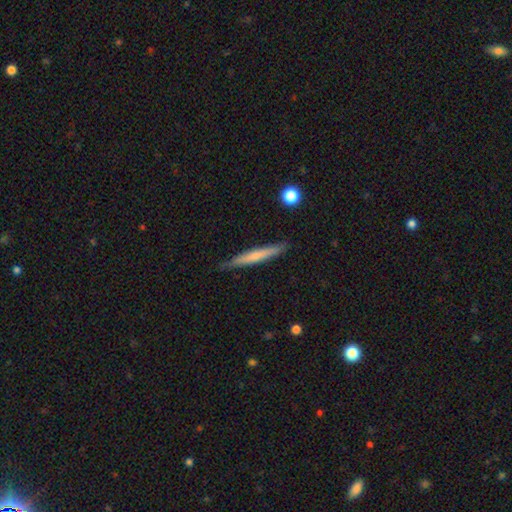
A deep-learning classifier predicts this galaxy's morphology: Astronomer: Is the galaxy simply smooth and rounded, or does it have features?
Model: smooth — 55% (runner-up: featured or disk, 40%).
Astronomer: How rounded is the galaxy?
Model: cigar-shaped — 95%.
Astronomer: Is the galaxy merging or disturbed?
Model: none — 86%.